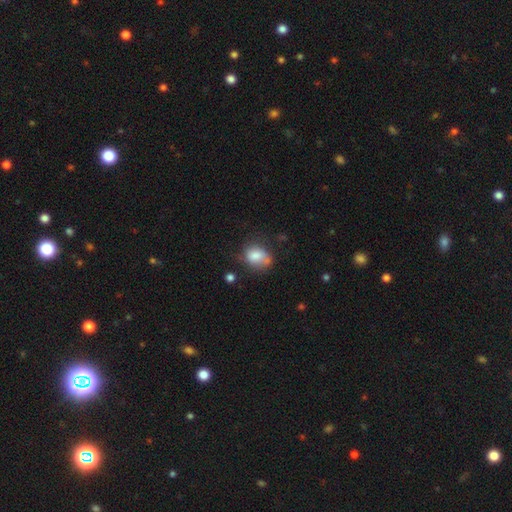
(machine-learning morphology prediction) Smooth or featured? smooth (77%)
How rounded? in between (56%)
Merging? none (47%)